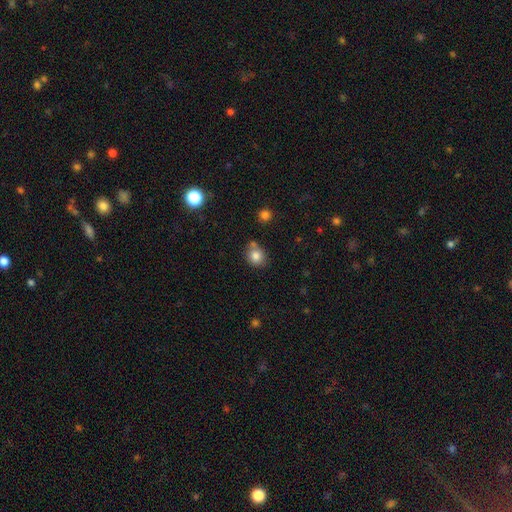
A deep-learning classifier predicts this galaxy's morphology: A smooth galaxy with no disk features (82%) that is round (74%). Merging: none (65%).